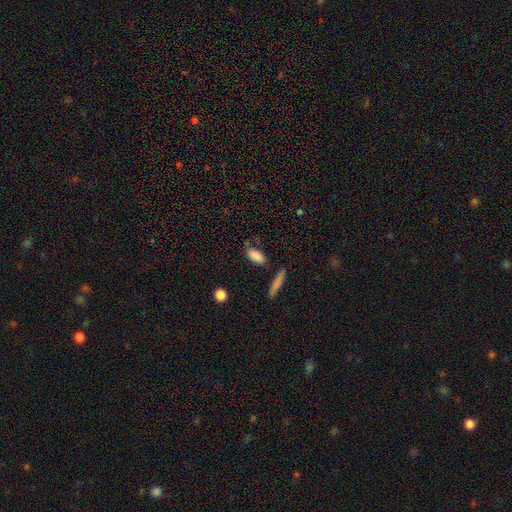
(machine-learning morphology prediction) smooth 83%, featured or disk 10%, star or artifact 7%. Down the decision tree: how rounded — in between (81%); merging — none (70%).